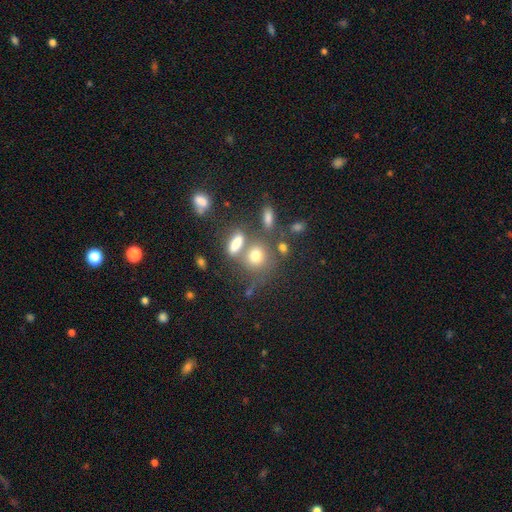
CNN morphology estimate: Smooth or featured? smooth (73%)
How rounded? round (64%)
Merging? none (50%)